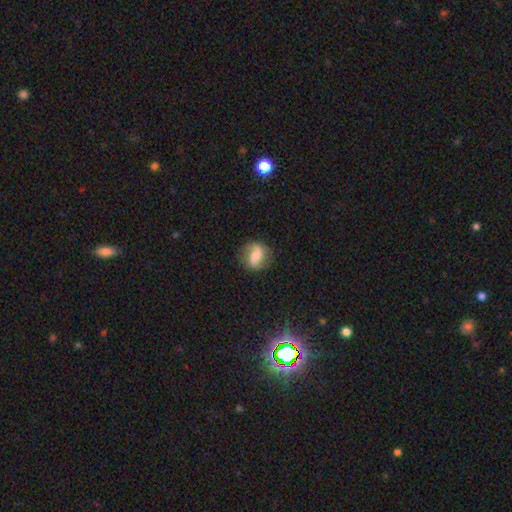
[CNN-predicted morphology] smooth_or_featured: smooth (p=0.52) [alt: featured or disk p=0.39]
how_rounded: round (p=0.55) [alt: in between p=0.42]
merging: none (p=0.76) [alt: minor disturbance p=0.16]